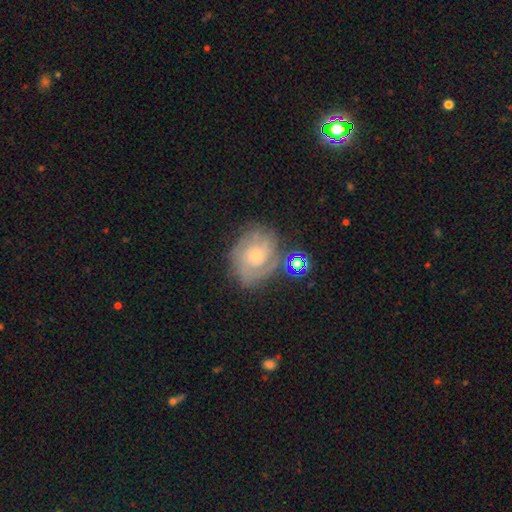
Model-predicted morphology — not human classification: type=featured or disk (76%); edge-on=no (97%); bar=no (74%); spiral arms=yes (92%); winding=tight (61%); arm count=can't tell (35%); bulge=small (70%); merging=none (64%).